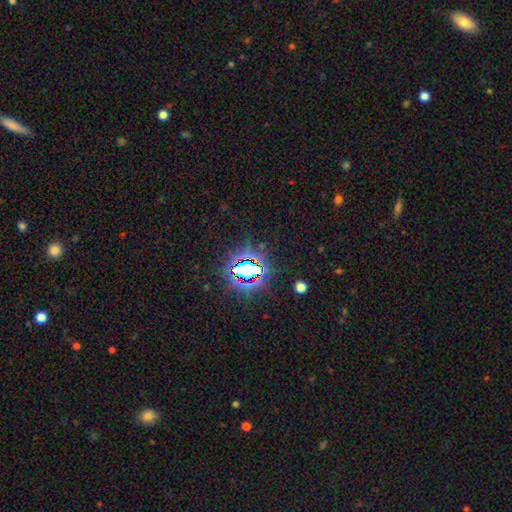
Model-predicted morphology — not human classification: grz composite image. It shows a star or artifact, not a galaxy (81%).